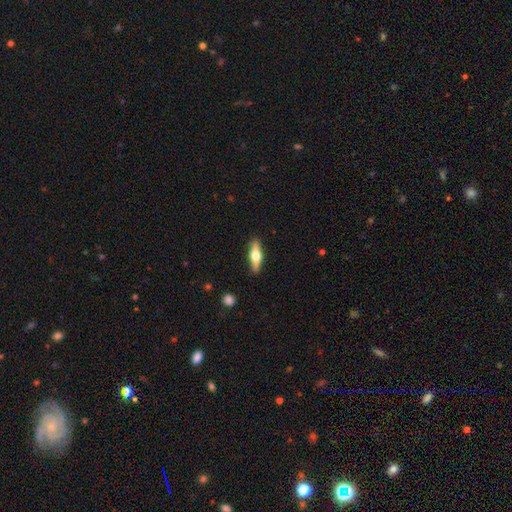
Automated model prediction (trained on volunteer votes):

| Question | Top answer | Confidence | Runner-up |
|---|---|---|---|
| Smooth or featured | featured or disk | 56% | smooth (38%) |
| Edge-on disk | yes | 94% | no (6%) |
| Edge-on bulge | rounded | 96% | boxy (3%) |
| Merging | none | 89% | minor disturbance (8%) |